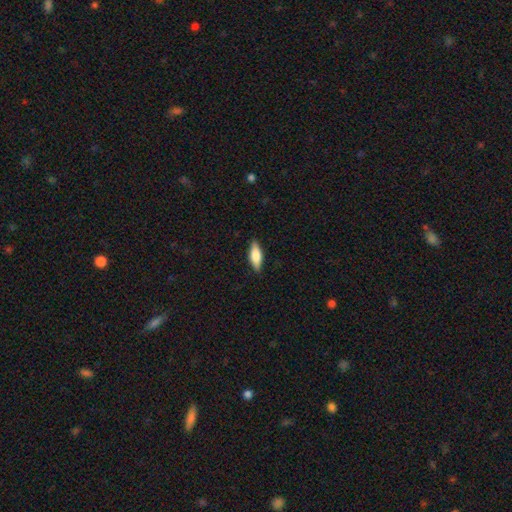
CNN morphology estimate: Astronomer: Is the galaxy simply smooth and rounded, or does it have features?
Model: smooth — 71%.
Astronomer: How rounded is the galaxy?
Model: in between — 63%.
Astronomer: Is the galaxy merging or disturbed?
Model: none — 88%.